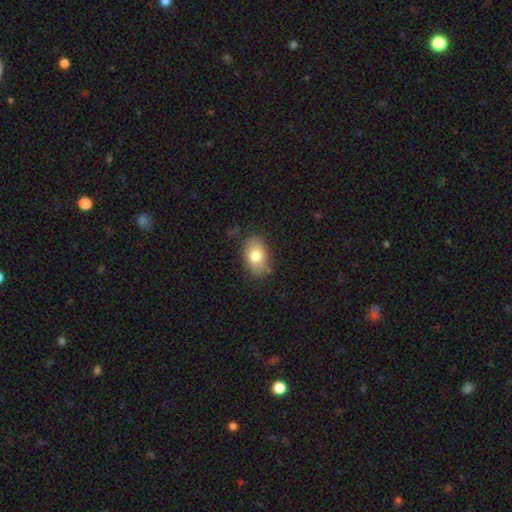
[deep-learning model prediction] Morphology: type=smooth (78%); roundness=in between (88%); merging=none (80%).